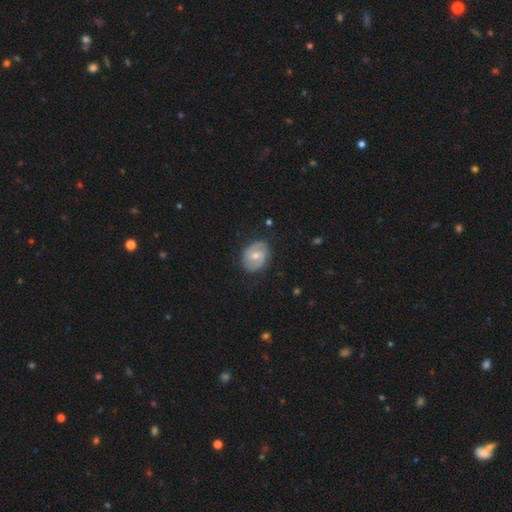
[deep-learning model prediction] Overall: featured or disk (63%; smooth 31%). Edge-on disk: no (97%). Bar: weak (49%; no 38%). Spiral arms: yes (78%). Bulge size: moderate (64%; small 32%). Merging: none (77%).